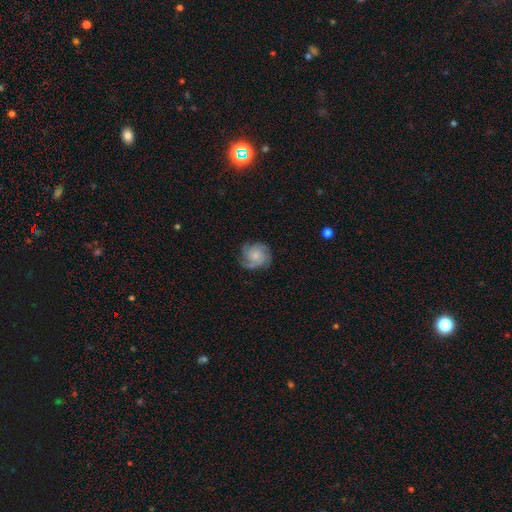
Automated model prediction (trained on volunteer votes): smooth_or_featured: featured or disk (p=0.74) [alt: smooth p=0.19]
disk_edge_on: no (p=0.98) [alt: yes p=0.02]
bar: no (p=0.80) [alt: weak p=0.18]
has_spiral_arms: yes (p=0.96) [alt: no p=0.04]
spiral_winding: tight (p=0.55) [alt: medium p=0.36]
spiral_arm_count: 3 (p=0.40) [alt: can't tell p=0.18]
bulge_size: small (p=0.62) [alt: moderate p=0.28]
merging: none (p=0.75) [alt: minor disturbance p=0.17]